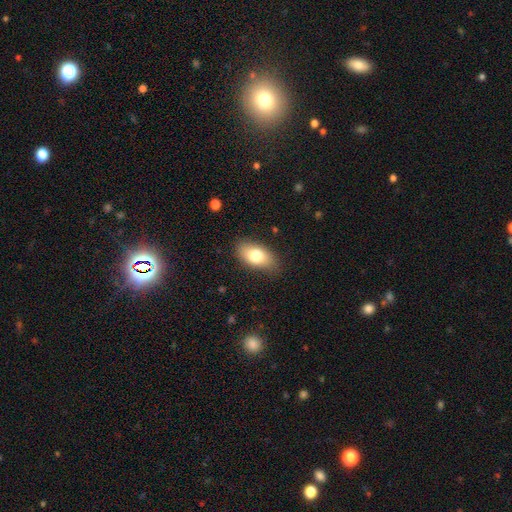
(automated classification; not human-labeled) The model was most divided on "smooth or featured": smooth: 78%, featured or disk: 15%, star or artifact: 7%. More confident: how rounded — in between (91%); merging — none (83%).